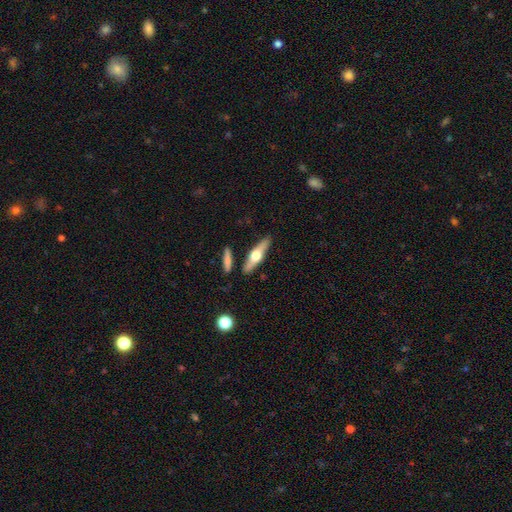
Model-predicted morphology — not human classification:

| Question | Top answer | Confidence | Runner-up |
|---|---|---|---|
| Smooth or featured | featured or disk | 58% | smooth (36%) |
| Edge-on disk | yes | 93% | no (7%) |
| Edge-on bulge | rounded | 94% | boxy (3%) |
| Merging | none | 84% | minor disturbance (9%) |